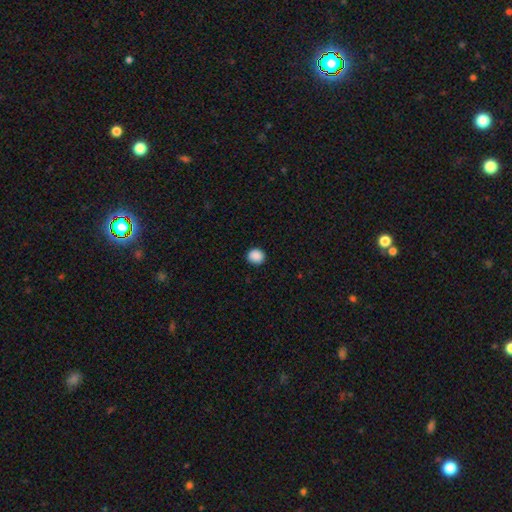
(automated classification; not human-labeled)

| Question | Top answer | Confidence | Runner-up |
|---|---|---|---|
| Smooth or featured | smooth | 89% | star or artifact (9%) |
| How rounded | round | 88% | in between (11%) |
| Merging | none | 91% | minor disturbance (6%) |